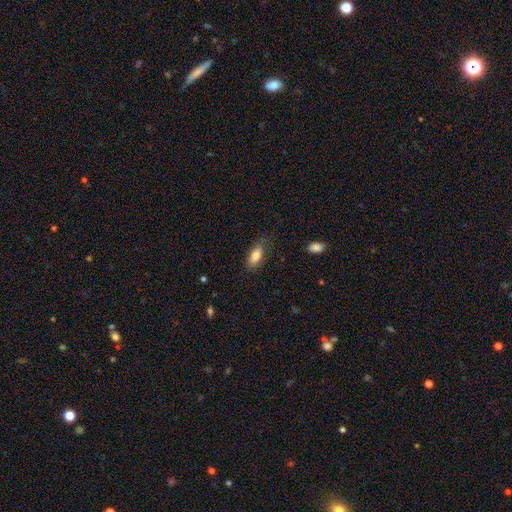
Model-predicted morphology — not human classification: Smooth or featured? smooth (82%)
How rounded? in between (82%)
Merging? none (71%)